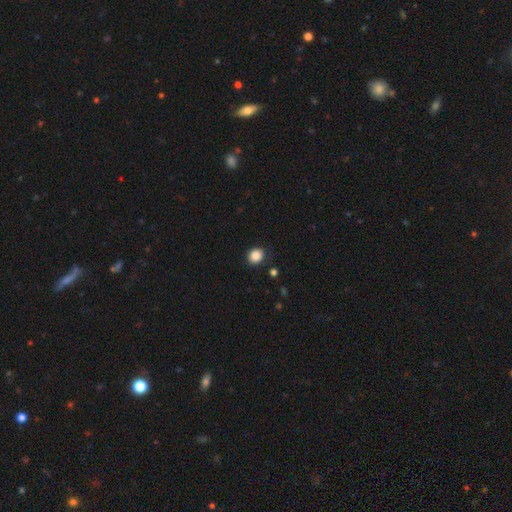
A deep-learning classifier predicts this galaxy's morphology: smooth-or-featured: smooth: 87% | star or artifact: 10% | featured or disk: 3%
  how-rounded: round: 75% | in between: 24% | cigar-shaped: 1%
  merging: none: 86% | minor disturbance: 10% | major disturbance: 3% | merger: 1%